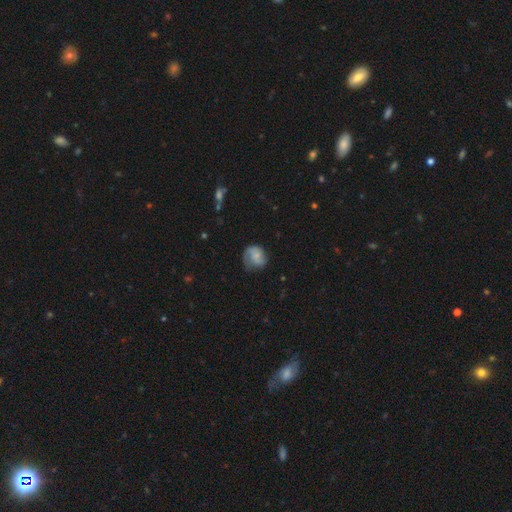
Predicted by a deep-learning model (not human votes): This is possibly a smooth galaxy (51%). How rounded: likely round (70%). Merging: possibly none (53%).